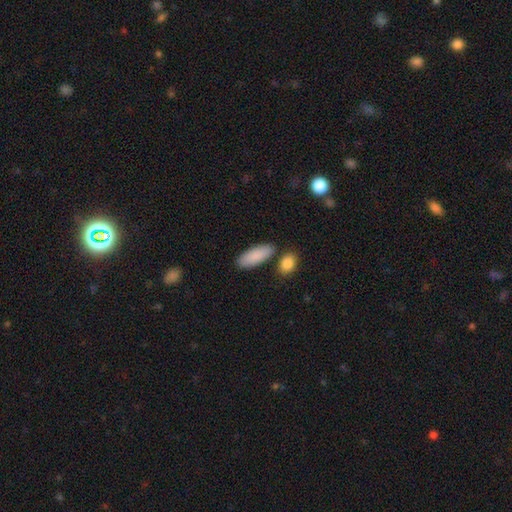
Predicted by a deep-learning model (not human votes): The model was most divided on "how rounded": in between: 74%, cigar-shaped: 24%, round: 2%. More confident: smooth or featured — smooth (89%); merging — none (80%).